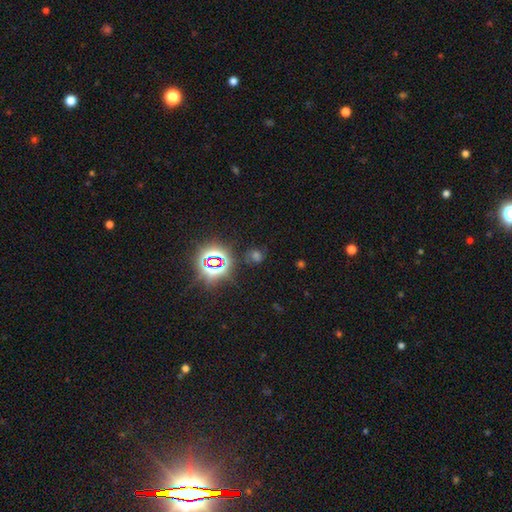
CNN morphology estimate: Smooth or featured: star or artifact — 64% (smooth — 27%)